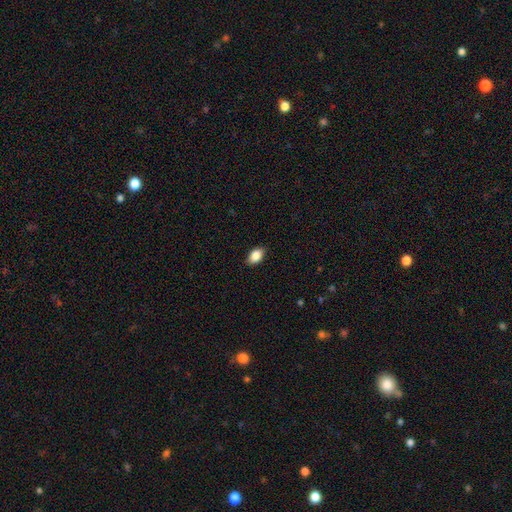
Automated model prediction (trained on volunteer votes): This appears to be a smooth galaxy with no disk features (86%) that is in between round and cigar-shaped (88%). Merging: none (87%).